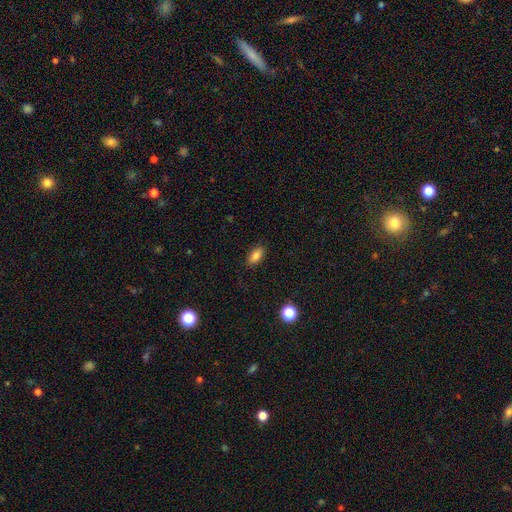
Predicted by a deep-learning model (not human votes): Smooth or featured? smooth (85%)
How rounded? in between (88%)
Merging? none (87%)